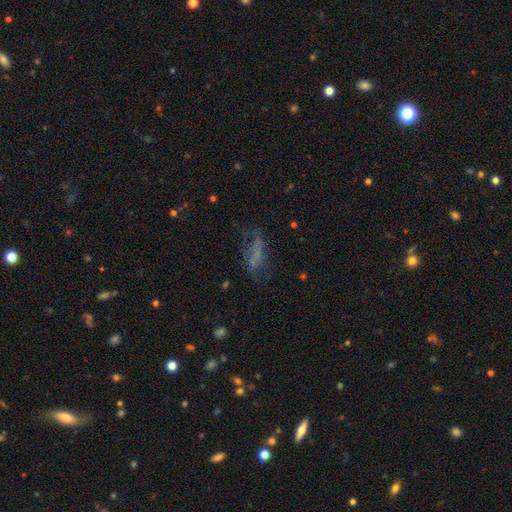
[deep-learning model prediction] Smooth or featured?
  - smooth: 44% *
  - featured or disk: 39%
  - star or artifact: 18%
Merging?
  - none: 43% *
  - major disturbance: 31%
  - minor disturbance: 23%
  - merger: 3%